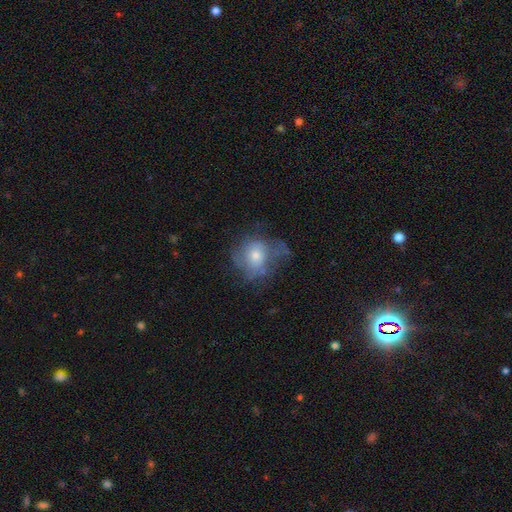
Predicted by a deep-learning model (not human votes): The model was most divided on "smooth or featured": smooth: 47%, featured or disk: 41%, star or artifact: 12%. Remaining: merging — none (45%).